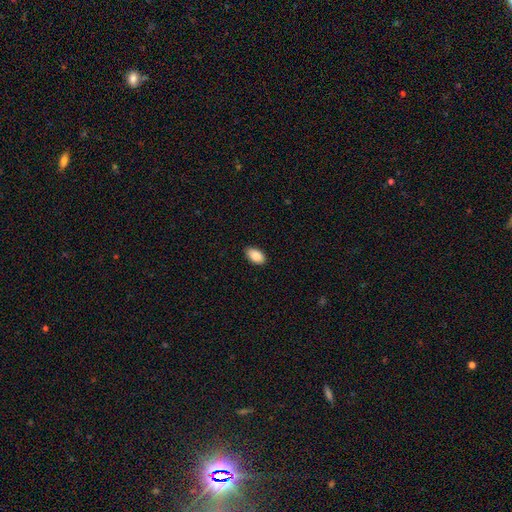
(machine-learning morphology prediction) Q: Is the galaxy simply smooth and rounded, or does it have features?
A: smooth — 90%.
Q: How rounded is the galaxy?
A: in between — 94%.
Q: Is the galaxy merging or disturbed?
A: none — 88%.